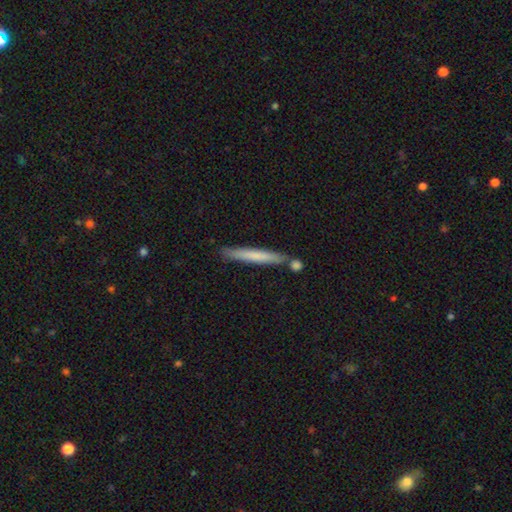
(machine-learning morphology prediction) type=smooth (67%); roundness=cigar-shaped (96%); merging=none (77%).